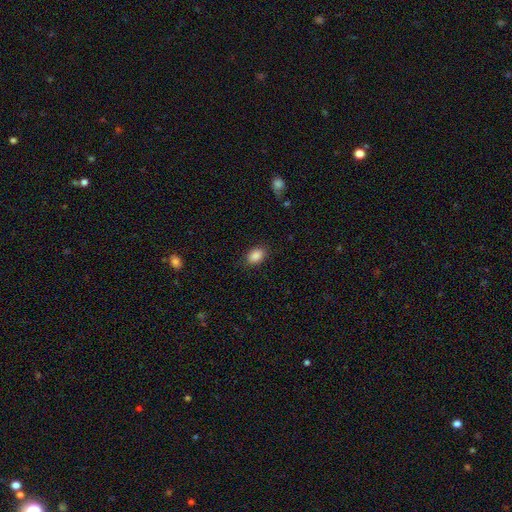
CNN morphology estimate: The model was most divided on "how rounded": in between: 79%, round: 20%, cigar-shaped: 1%. More confident: smooth or featured — smooth (88%); merging — none (86%).